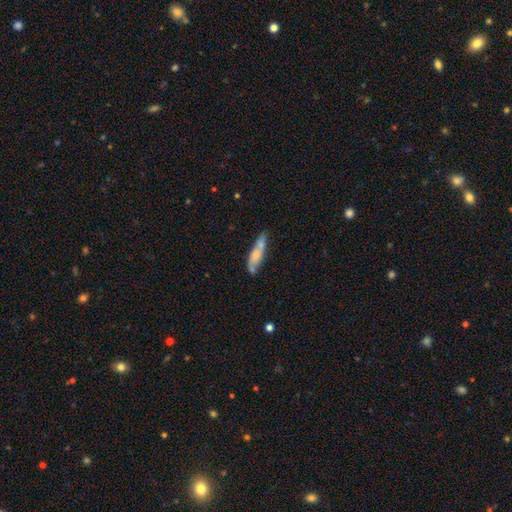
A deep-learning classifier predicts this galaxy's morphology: The model was most divided on "smooth or featured": smooth: 60%, featured or disk: 34%, star or artifact: 6%. More confident: how rounded — cigar-shaped (65%); merging — none (52%).